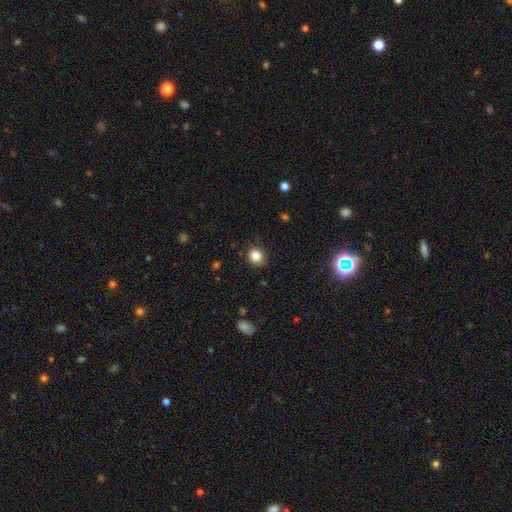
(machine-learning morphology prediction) Smooth or featured?
  - smooth: 84% *
  - star or artifact: 11%
  - featured or disk: 5%
How rounded?
  - round: 68% *
  - in between: 31%
  - cigar-shaped: 1%
Merging?
  - none: 85% *
  - minor disturbance: 12%
  - major disturbance: 3%
  - merger: 1%